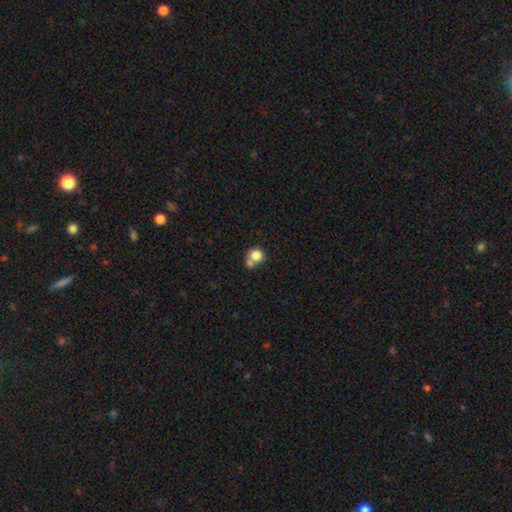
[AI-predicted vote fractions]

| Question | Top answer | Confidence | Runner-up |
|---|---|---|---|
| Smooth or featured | smooth | 82% | star or artifact (10%) |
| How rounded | round | 84% | in between (15%) |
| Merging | none | 42% | merger (40%) |